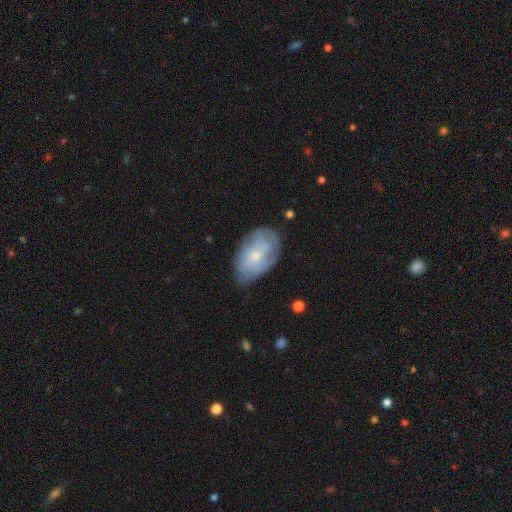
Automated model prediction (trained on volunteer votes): featured or disk 47%, smooth 45%, star or artifact 7%. Down the decision tree: merging — none (64%).